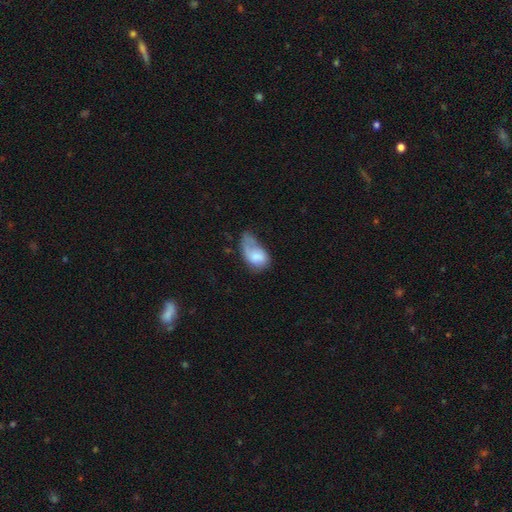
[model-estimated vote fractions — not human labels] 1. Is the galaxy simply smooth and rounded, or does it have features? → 67% smooth, 26% featured or disk, 7% star or artifact.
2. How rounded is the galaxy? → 87% in between, 11% round, 2% cigar-shaped.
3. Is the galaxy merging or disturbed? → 44% major disturbance, 30% minor disturbance, 18% none, 9% merger.